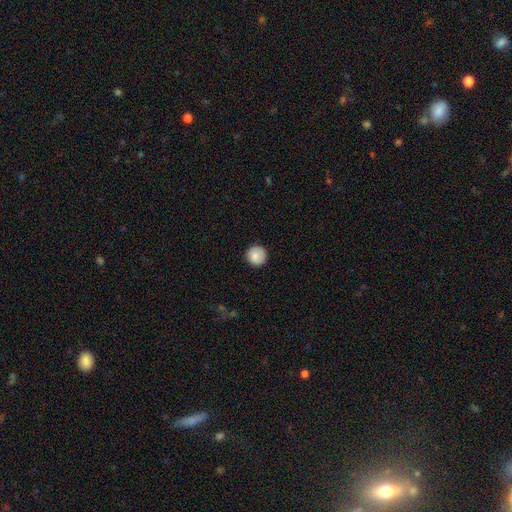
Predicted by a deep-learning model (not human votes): A smooth galaxy with no disk features (84%) that is round (95%). Merging: none (88%).